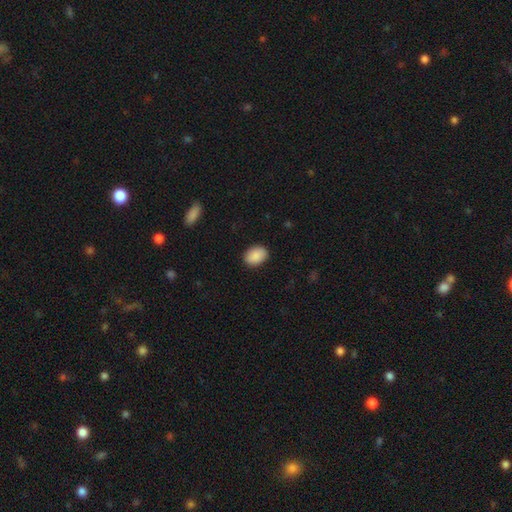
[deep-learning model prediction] Smooth or featured?
  - smooth: 91% *
  - star or artifact: 7%
  - featured or disk: 3%
How rounded?
  - in between: 79% *
  - round: 20%
  - cigar-shaped: 1%
Merging?
  - none: 89% *
  - minor disturbance: 8%
  - major disturbance: 2%
  - merger: 1%